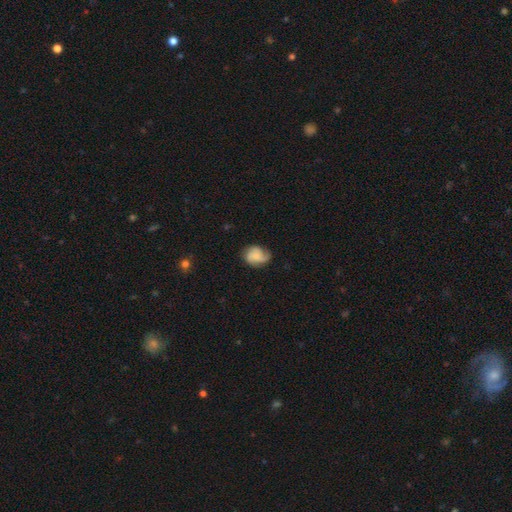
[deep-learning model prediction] This appears to be a featured or disk galaxy (47%). Merging: none (61%).